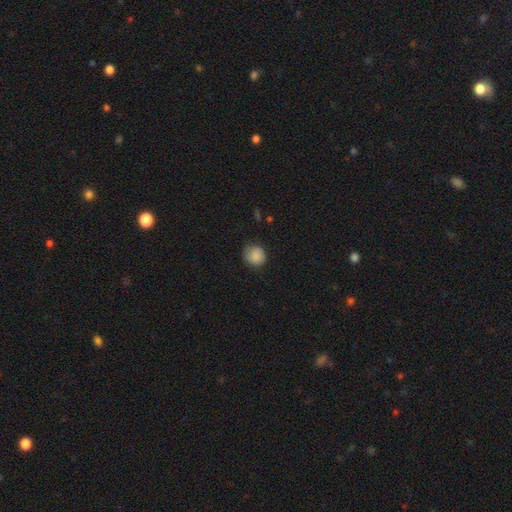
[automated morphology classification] smooth_or_featured: smooth (p=0.86) [alt: star or artifact p=0.08]
how_rounded: round (p=0.81) [alt: in between p=0.18]
merging: none (p=0.72) [alt: minor disturbance p=0.22]